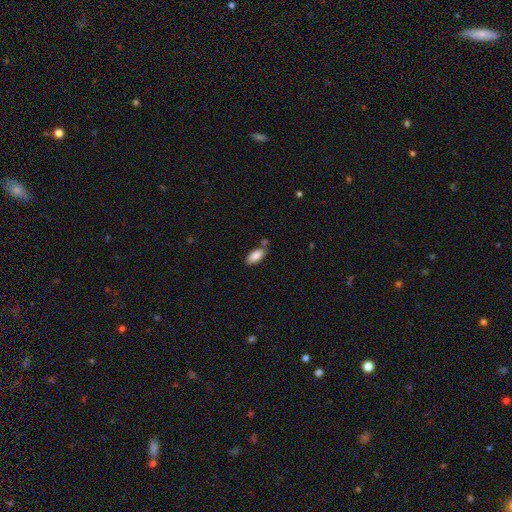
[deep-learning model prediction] Smooth or featured?
  - smooth: 87% *
  - star or artifact: 7%
  - featured or disk: 7%
How rounded?
  - in between: 90% *
  - cigar-shaped: 8%
  - round: 2%
Merging?
  - none: 66% *
  - minor disturbance: 16%
  - merger: 15%
  - major disturbance: 4%